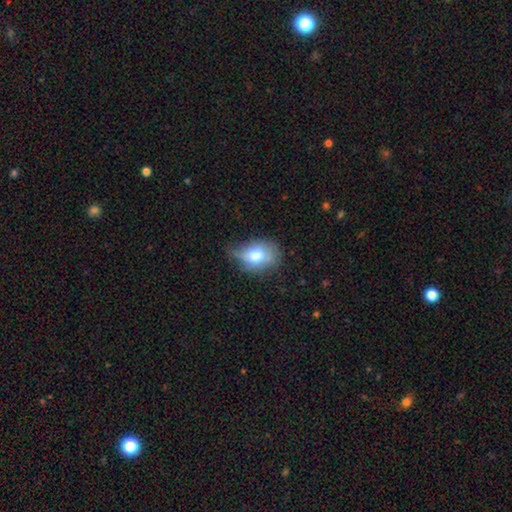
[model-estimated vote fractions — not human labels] Q: Smooth or featured?
A: smooth (73%); runner-up: featured or disk (19%)
Q: How rounded?
A: in between (77%); runner-up: round (21%)
Q: Merging?
A: minor disturbance (42%); runner-up: none (37%)